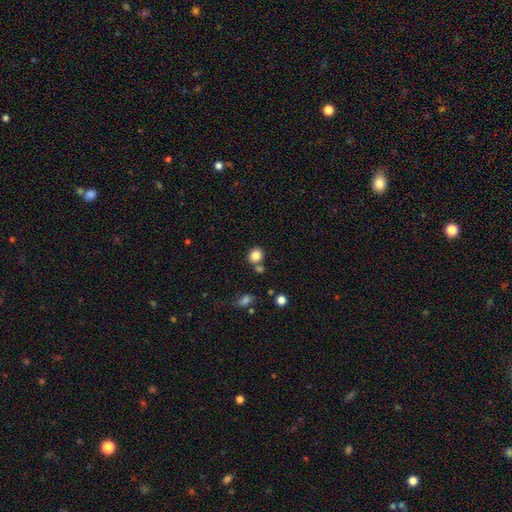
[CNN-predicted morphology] smooth_or_featured: smooth (p=0.84) [alt: star or artifact p=0.11]
how_rounded: round (p=0.78) [alt: in between p=0.21]
merging: none (p=0.71) [alt: merger p=0.15]